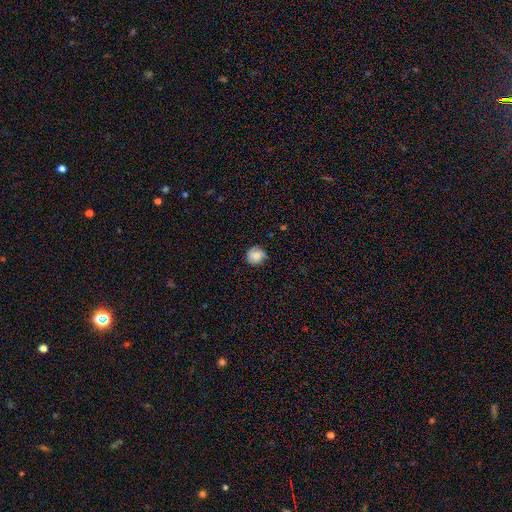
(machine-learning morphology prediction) A smooth galaxy with no disk features (70%) that is round (81%).

Vote fractions:
- Smooth or featured? smooth: 70% / featured or disk: 21% / star or artifact: 9%
- How rounded? round: 81% / in between: 18% / cigar-shaped: 1%
- Merging? none: 70% / minor disturbance: 23% / major disturbance: 6% / merger: 1%